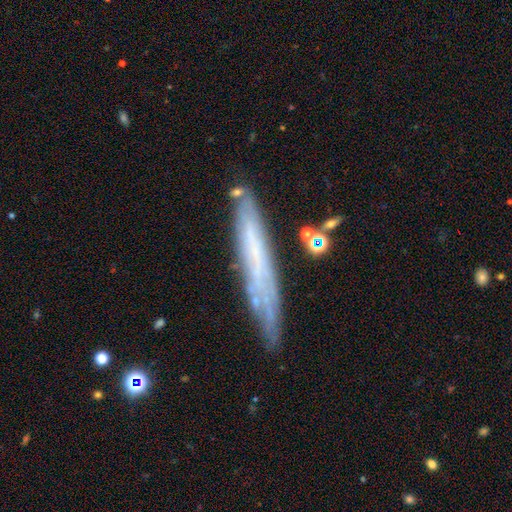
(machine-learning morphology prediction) Smooth or featured? featured or disk (52%)
Edge-on disk? yes (73%)
Merging? none (72%)